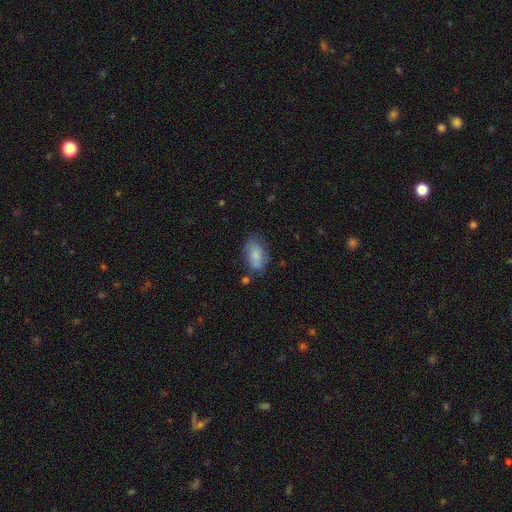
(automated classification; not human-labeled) Smooth or featured? smooth (79%)
How rounded? in between (91%)
Merging? none (64%)